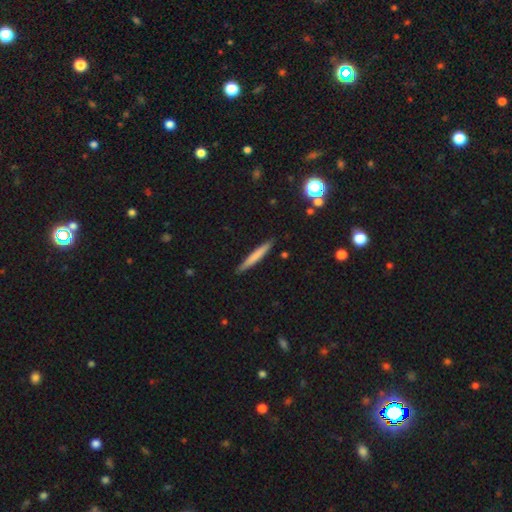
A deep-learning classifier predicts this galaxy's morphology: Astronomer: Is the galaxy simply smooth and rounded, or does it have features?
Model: smooth — 70%.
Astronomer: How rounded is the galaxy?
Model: cigar-shaped — 96%.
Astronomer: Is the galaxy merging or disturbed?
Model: none — 90%.